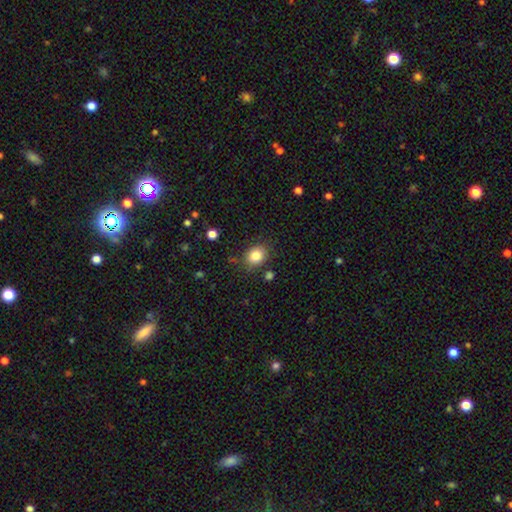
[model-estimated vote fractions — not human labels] smooth 84%, star or artifact 10%, featured or disk 6%. Down the decision tree: how rounded — in between (50%); merging — none (81%).